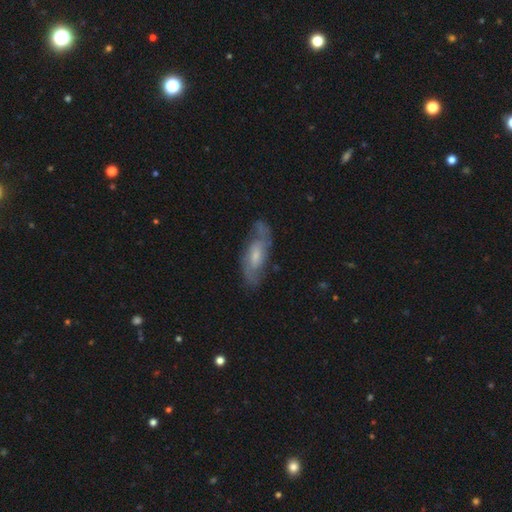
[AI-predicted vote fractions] The model was most divided on "bar": no: 47%, weak: 43%, strong: 10%. Remaining: edge-on disk — no (87%); spiral arms — yes (85%); spiral arm count — 2 (72%); merging — none (70%); smooth or featured — featured or disk (68%); bulge size — small (50%); spiral winding — medium (45%).